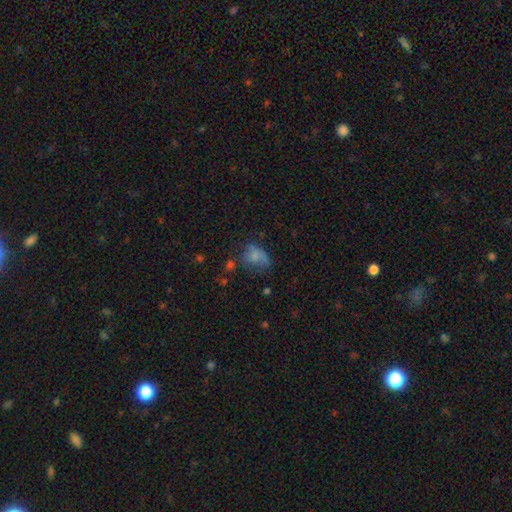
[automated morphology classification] Smooth or featured? Predicted: smooth (p=0.69). How rounded? Predicted: in between (p=0.72). Merging? Predicted: none (p=0.32, tied with major disturbance).